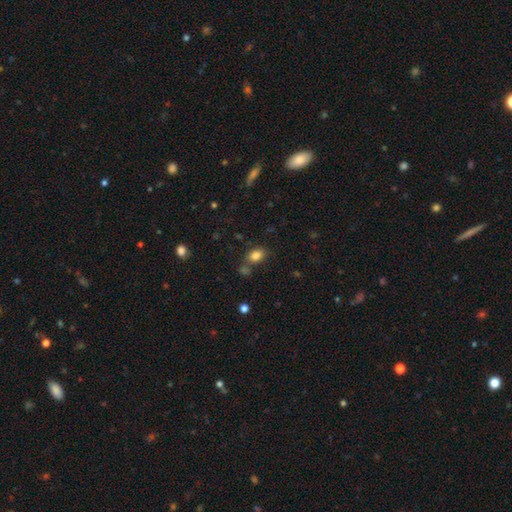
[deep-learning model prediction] The model was most divided on "merging": none: 67%, merger: 15%, minor disturbance: 14%, major disturbance: 5%. More confident: smooth or featured — smooth (83%); how rounded — in between (78%).